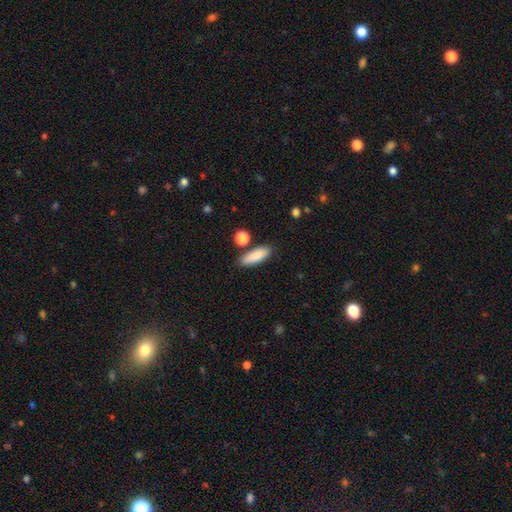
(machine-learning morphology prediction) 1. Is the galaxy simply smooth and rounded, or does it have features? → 86% smooth, 7% featured or disk, 6% star or artifact.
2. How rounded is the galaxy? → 58% in between, 39% cigar-shaped, 3% round.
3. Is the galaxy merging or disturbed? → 80% none, 11% minor disturbance, 6% merger, 3% major disturbance.